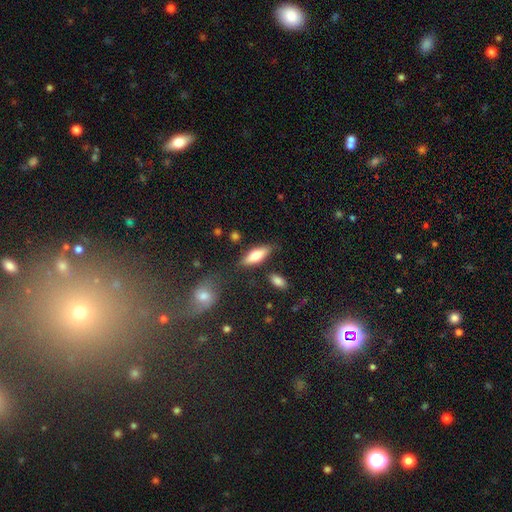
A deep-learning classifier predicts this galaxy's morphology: Smooth or featured: smooth — 66% (featured or disk — 27%)
How rounded: in between — 62% (cigar-shaped — 35%)
Merging: none — 77% (minor disturbance — 14%)